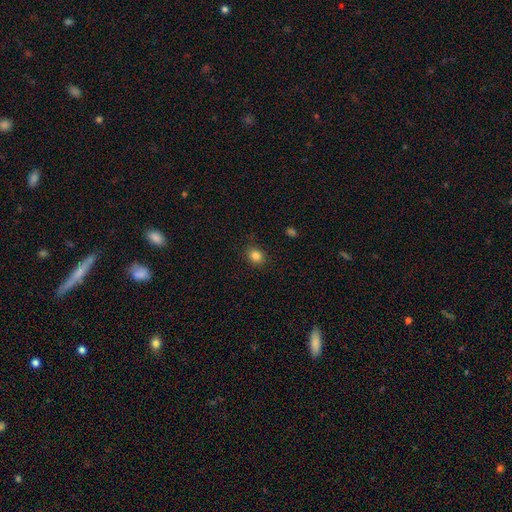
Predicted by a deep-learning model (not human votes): smooth_or_featured: smooth (p=0.83) [alt: star or artifact p=0.12]
how_rounded: round (p=0.64) [alt: in between p=0.35]
merging: none (p=0.87) [alt: minor disturbance p=0.10]